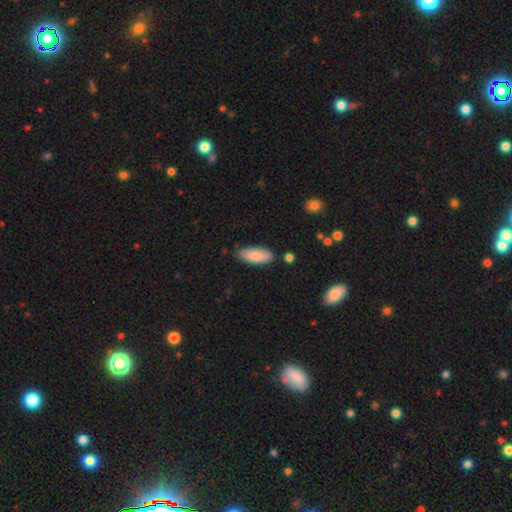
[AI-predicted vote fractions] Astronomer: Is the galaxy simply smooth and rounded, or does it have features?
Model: smooth — 86%.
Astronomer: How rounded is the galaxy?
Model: in between — 73%.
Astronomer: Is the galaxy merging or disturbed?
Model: none — 80%.